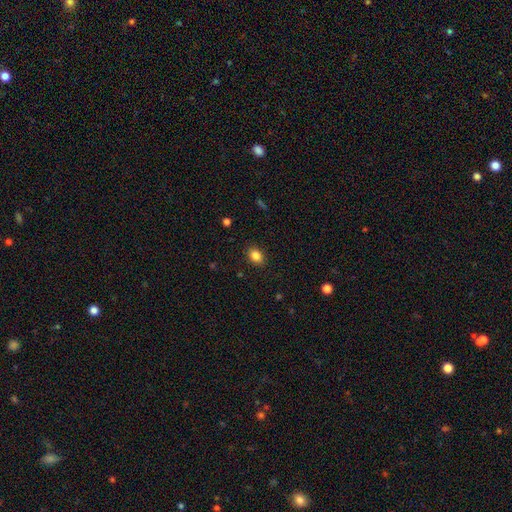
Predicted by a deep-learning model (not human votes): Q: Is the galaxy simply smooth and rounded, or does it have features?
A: smooth — 85%.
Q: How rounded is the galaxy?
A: in between — 71%.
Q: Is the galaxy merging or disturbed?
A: none — 89%.